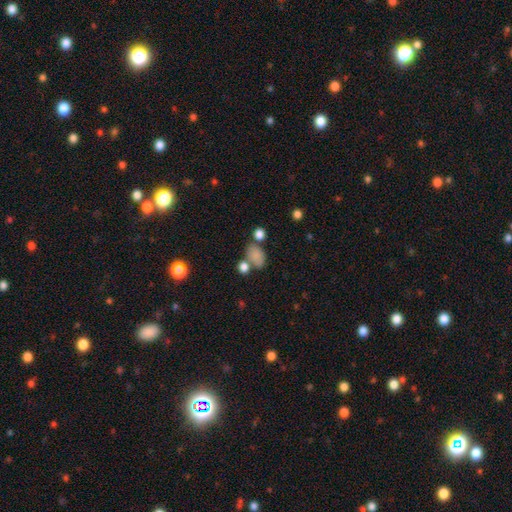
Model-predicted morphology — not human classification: A smooth galaxy with no disk features (80%) that is in between round and cigar-shaped (80%). Merging: none (48%).